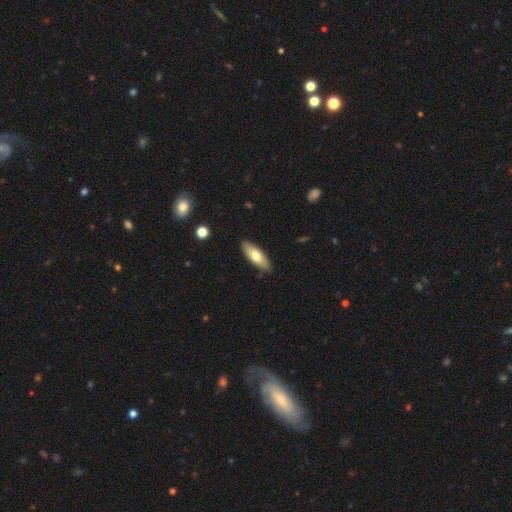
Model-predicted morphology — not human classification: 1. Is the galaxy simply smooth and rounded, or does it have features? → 69% smooth, 25% featured or disk, 6% star or artifact.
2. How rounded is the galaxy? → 69% in between, 29% cigar-shaped, 2% round.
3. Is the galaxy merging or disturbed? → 87% none, 10% minor disturbance, 2% major disturbance, 1% merger.